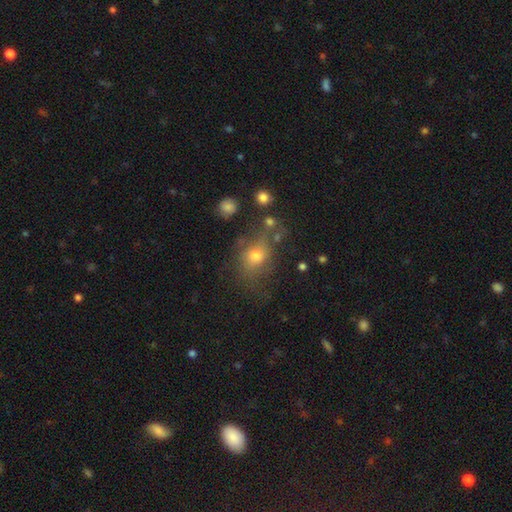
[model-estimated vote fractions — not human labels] smooth_or_featured: smooth (p=0.66) [alt: featured or disk p=0.18]
how_rounded: in between (p=0.49) [tied with: round p=0.49]
merging: none (p=0.54) [alt: minor disturbance p=0.21]